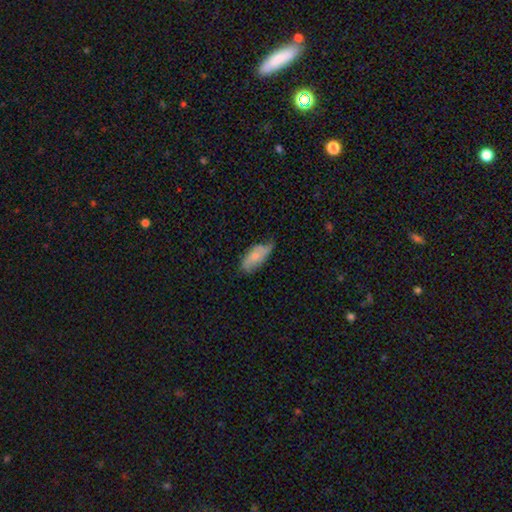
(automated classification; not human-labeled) smooth-or-featured: smooth: 56% | featured or disk: 38% | star or artifact: 7%
  how-rounded: in between: 86% | cigar-shaped: 11% | round: 3%
  merging: none: 48% | minor disturbance: 39% | major disturbance: 11% | merger: 2%